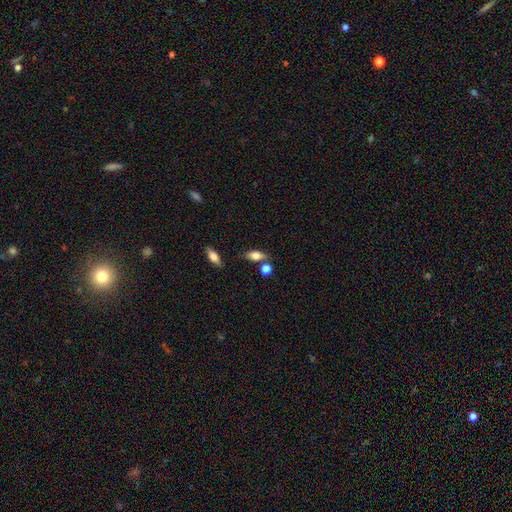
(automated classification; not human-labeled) Morphology: type=smooth (71%); roundness=in between (77%); merging=none (65%).